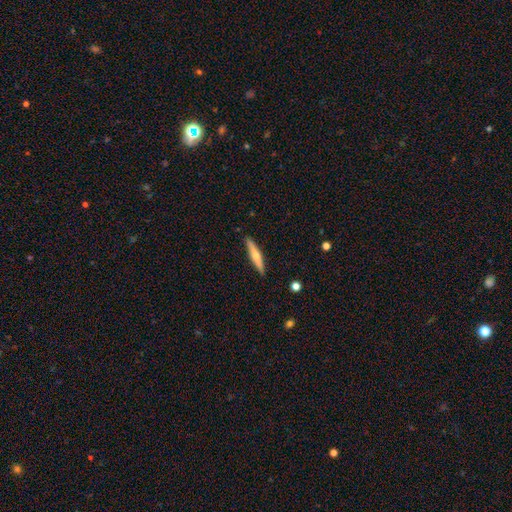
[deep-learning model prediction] featured or disk 48%, smooth 46%, star or artifact 6%. Down the decision tree: merging — none (89%).